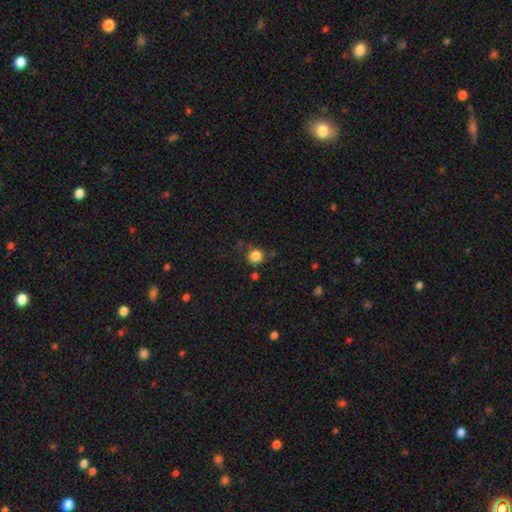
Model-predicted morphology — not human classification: This appears to be a smooth galaxy with no disk features (85%) that is round (90%). Merging: none (82%).